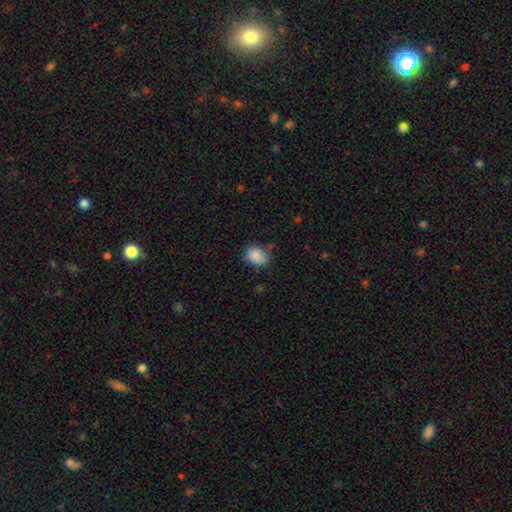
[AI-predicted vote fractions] Q: Smooth or featured?
A: smooth (87%); runner-up: star or artifact (8%)
Q: How rounded?
A: in between (62%); runner-up: round (37%)
Q: Merging?
A: none (69%); runner-up: minor disturbance (24%)